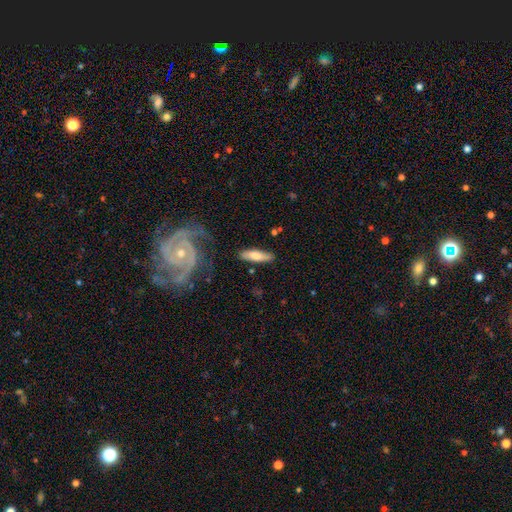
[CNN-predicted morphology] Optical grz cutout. It shows a smooth galaxy with no disk features (67%) that is cigar-shaped (60%). Merging: none (79%).